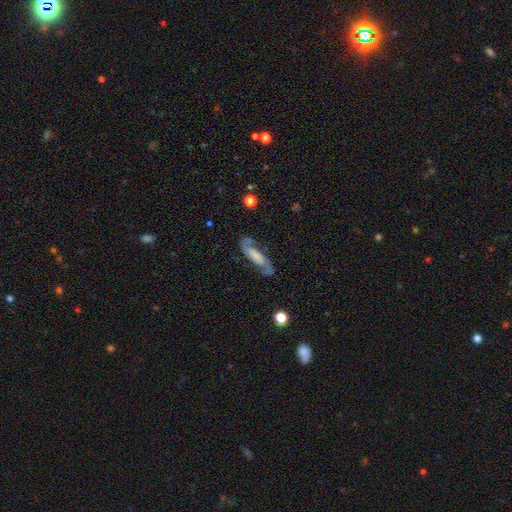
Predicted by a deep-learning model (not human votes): The model was most divided on "bar": no: 41%, weak: 35%, strong: 24%. Remaining: spiral arms — yes (96%); edge-on disk — no (94%); spiral arm count — 2 (93%); smooth or featured — featured or disk (85%); merging — none (77%); spiral winding — medium (52%); bulge size — small (40%).